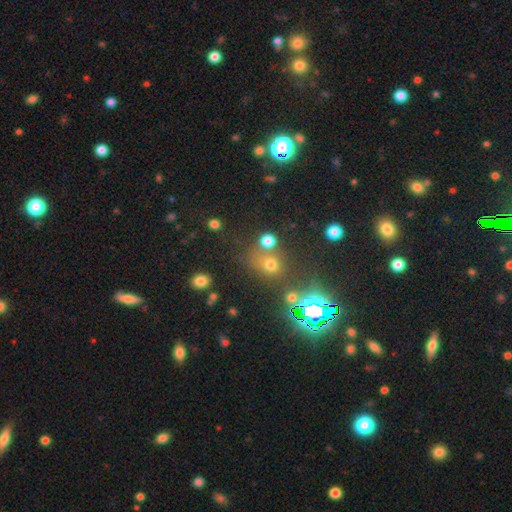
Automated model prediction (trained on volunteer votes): smooth-or-featured: star or artifact: 51% | smooth: 40% | featured or disk: 9%